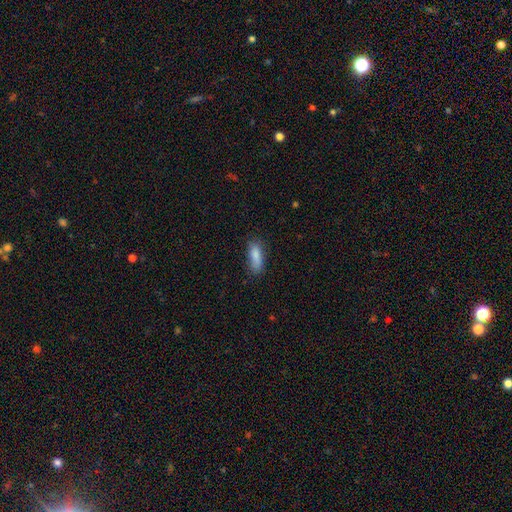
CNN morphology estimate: Overall: smooth (84%). How rounded: in between (65%; cigar-shaped 33%). Merging: none (67%).